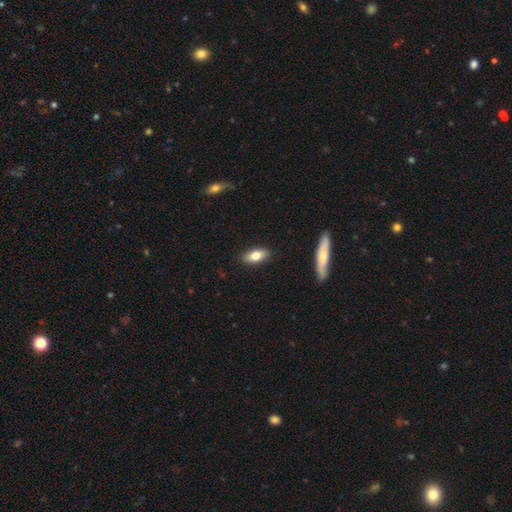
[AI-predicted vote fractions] Morphology: type=smooth (78%); roundness=in between (84%); merging=none (88%).